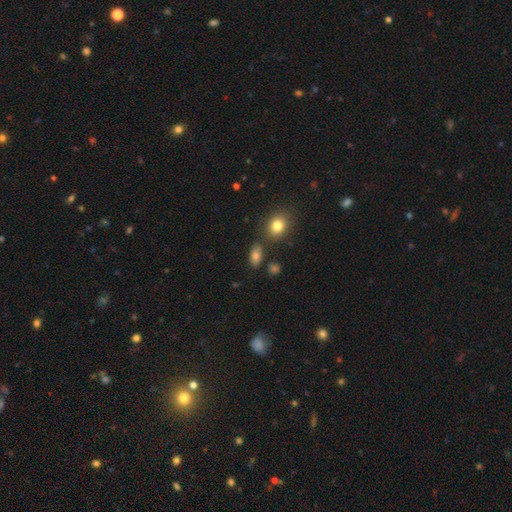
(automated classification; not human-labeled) smooth 79%, star or artifact 12%, featured or disk 9%. Down the decision tree: how rounded — in between (85%); merging — none (76%).